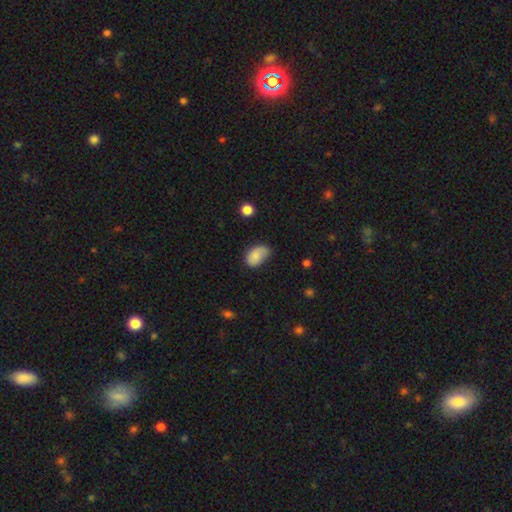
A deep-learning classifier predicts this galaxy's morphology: This is likely a smooth galaxy (76%). How rounded: clearly in between (87%). Merging: possibly none (51%).